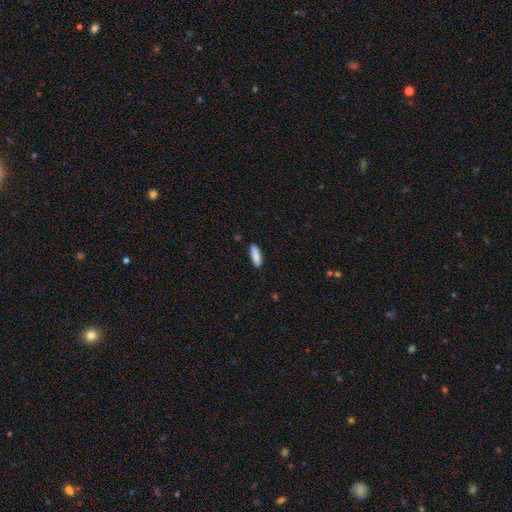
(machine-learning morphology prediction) smooth-or-featured: smooth: 87% | featured or disk: 7% | star or artifact: 6%
  how-rounded: in between: 52% | cigar-shaped: 47% | round: 2%
  merging: none: 85% | minor disturbance: 11% | major disturbance: 2% | merger: 2%